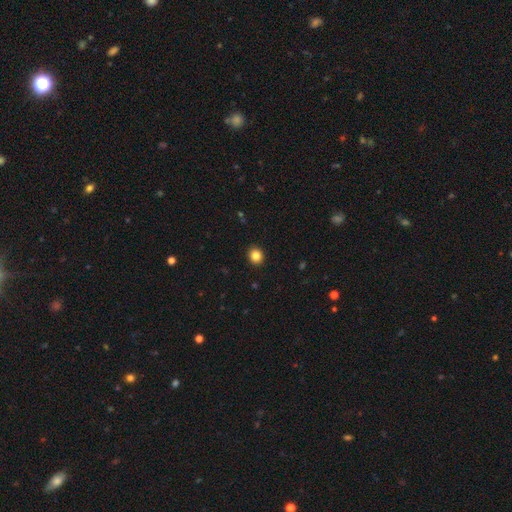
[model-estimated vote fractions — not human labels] A smooth galaxy with no disk features (85%) that is round (81%).

Vote fractions:
- Smooth or featured? smooth: 85% / star or artifact: 11% / featured or disk: 4%
- How rounded? round: 81% / in between: 19% / cigar-shaped: 1%
- Merging? none: 92% / minor disturbance: 5% / major disturbance: 2% / merger: 1%